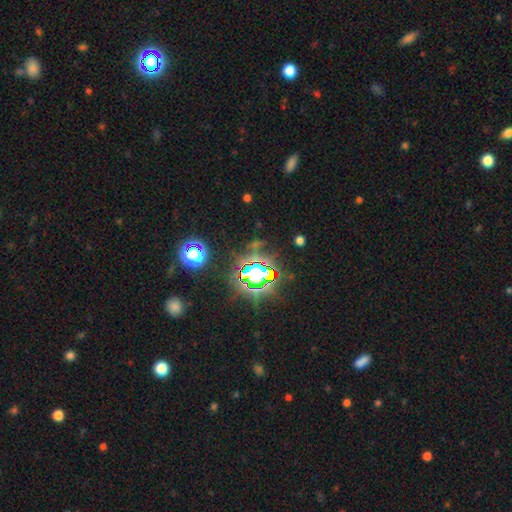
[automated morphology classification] A star or artifact, not a galaxy (82%).

Vote fractions:
- Smooth or featured? star or artifact: 82% / smooth: 11% / featured or disk: 7%